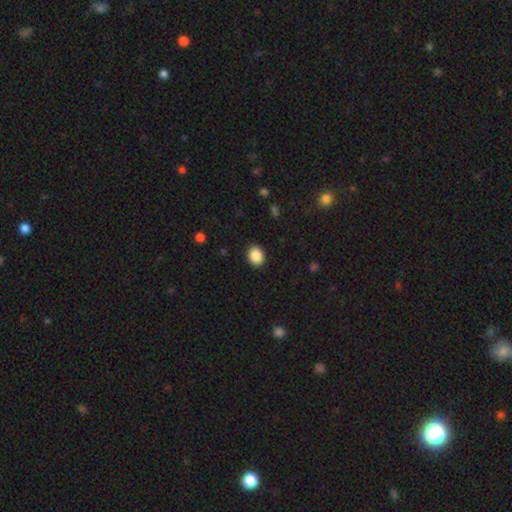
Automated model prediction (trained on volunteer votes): Overall: smooth (88%). How rounded: in between (53%; round 47%). Merging: none (91%).